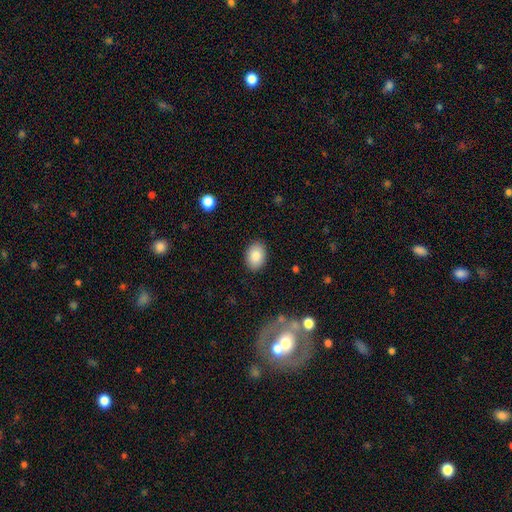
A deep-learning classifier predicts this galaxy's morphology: Smooth or featured: smooth — 86% (star or artifact — 7%)
How rounded: in between — 79% (round — 20%)
Merging: none — 88% (minor disturbance — 9%)